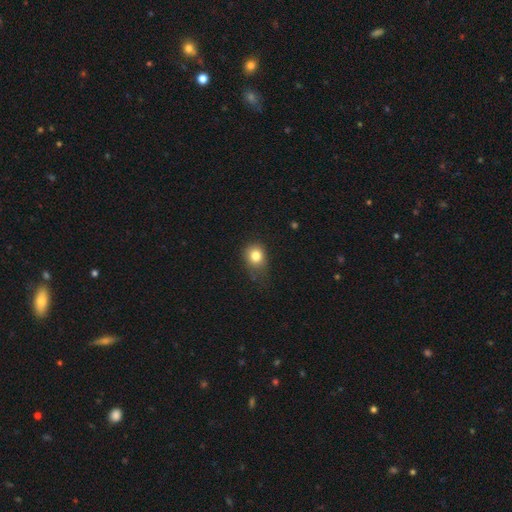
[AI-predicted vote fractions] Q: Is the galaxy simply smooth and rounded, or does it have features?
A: smooth — 81%.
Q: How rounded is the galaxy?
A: round — 65%.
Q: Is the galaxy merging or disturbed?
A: none — 58%.